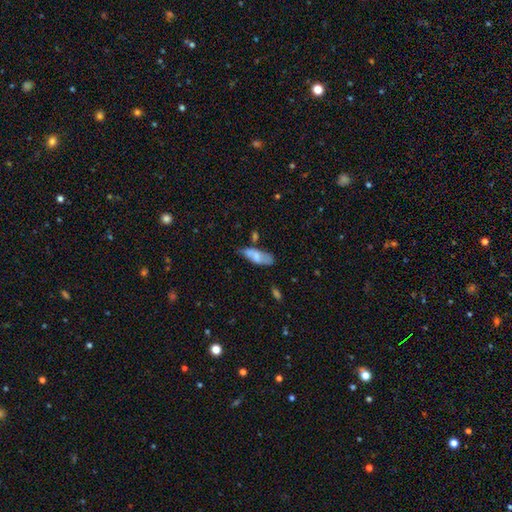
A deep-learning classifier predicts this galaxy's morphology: smooth-or-featured: smooth: 67% | featured or disk: 26% | star or artifact: 7%
  how-rounded: in between: 71% | cigar-shaped: 27% | round: 2%
  merging: none: 48% | minor disturbance: 32% | major disturbance: 11% | merger: 9%